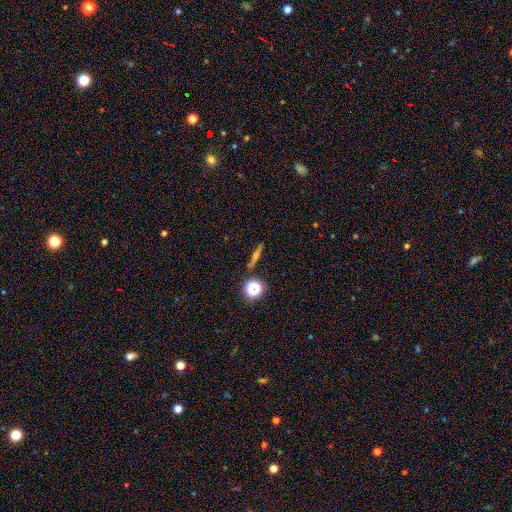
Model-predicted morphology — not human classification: type=featured or disk (47%); merging=none (89%).